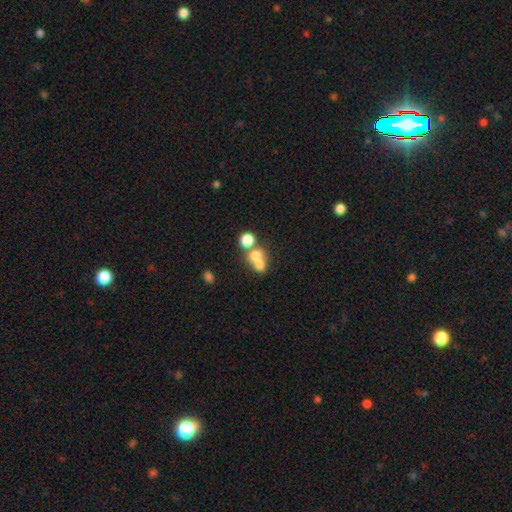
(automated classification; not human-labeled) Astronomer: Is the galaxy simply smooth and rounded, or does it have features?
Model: smooth — 68%.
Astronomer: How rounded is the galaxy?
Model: round — 71%.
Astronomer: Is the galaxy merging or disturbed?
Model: merger — 60%.